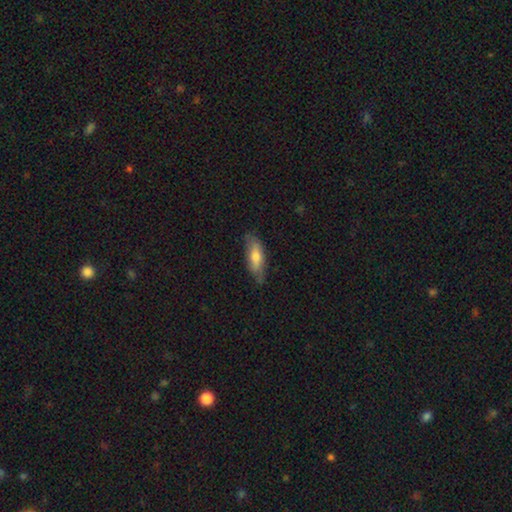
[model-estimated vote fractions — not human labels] A smooth galaxy with no disk features (66%) that is in between round and cigar-shaped (65%).

Vote fractions:
- Smooth or featured? smooth: 66% / featured or disk: 28% / star or artifact: 6%
- How rounded? in between: 65% / cigar-shaped: 33% / round: 2%
- Merging? none: 67% / minor disturbance: 26% / major disturbance: 6% / merger: 1%